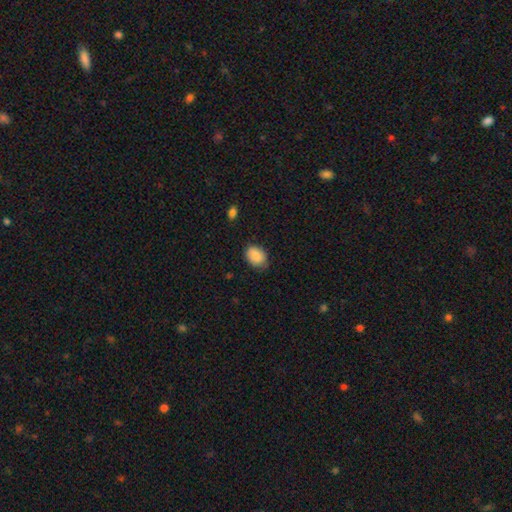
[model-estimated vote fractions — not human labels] Smooth or featured? smooth (88%)
How rounded? in between (71%)
Merging? none (73%)